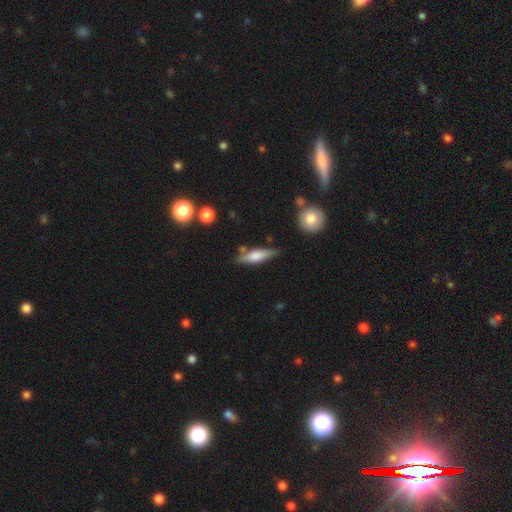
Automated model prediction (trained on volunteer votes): smooth 59%, featured or disk 35%, star or artifact 7%. Down the decision tree: how rounded — cigar-shaped (54%); merging — none (70%).